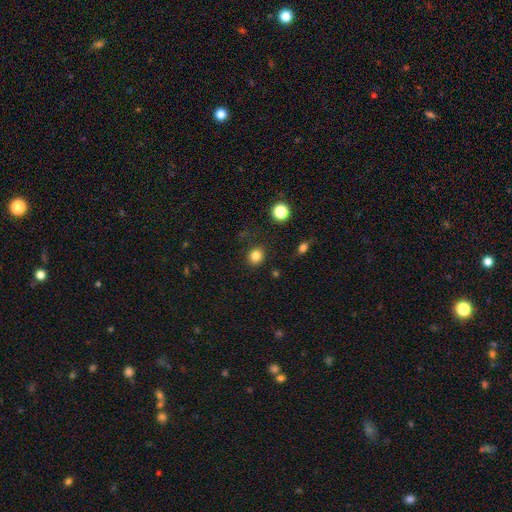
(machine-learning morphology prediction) Smooth or featured? smooth (82%)
How rounded? round (83%)
Merging? none (87%)